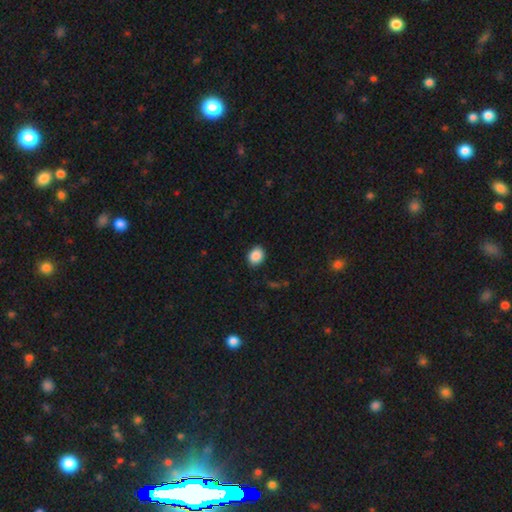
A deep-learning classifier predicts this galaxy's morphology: Overall: smooth (88%). How rounded: round (53%; in between 46%). Merging: none (87%).